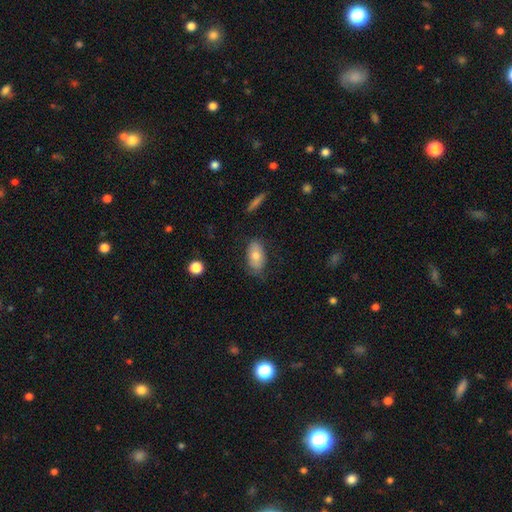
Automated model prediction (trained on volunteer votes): Smooth or featured?
  - smooth: 72% *
  - featured or disk: 21%
  - star or artifact: 8%
How rounded?
  - in between: 91% *
  - round: 5%
  - cigar-shaped: 3%
Merging?
  - none: 72% *
  - minor disturbance: 21%
  - major disturbance: 5%
  - merger: 2%